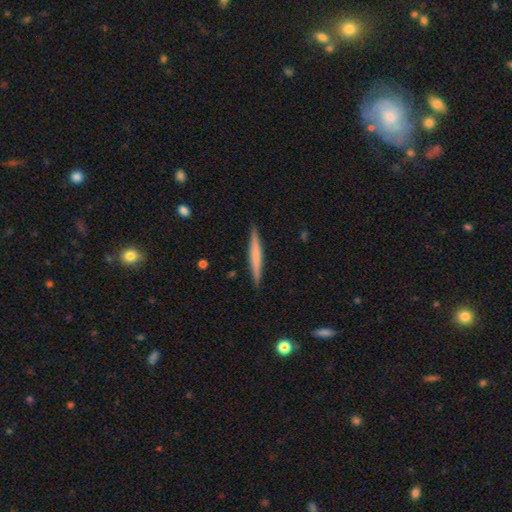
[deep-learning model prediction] Morphology: type=smooth (55%); roundness=cigar-shaped (95%); merging=none (90%).